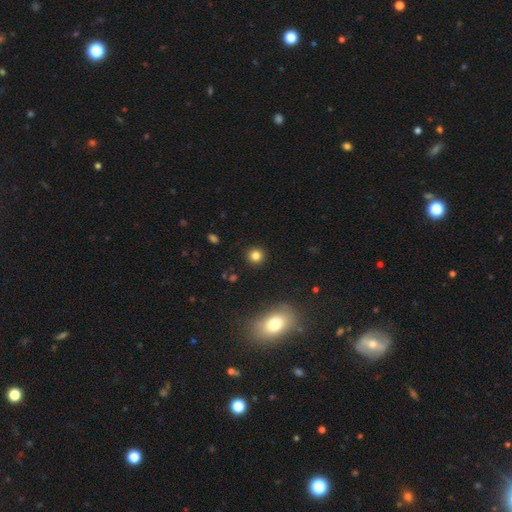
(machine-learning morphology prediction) type=smooth (83%); roundness=round (93%); merging=none (91%).